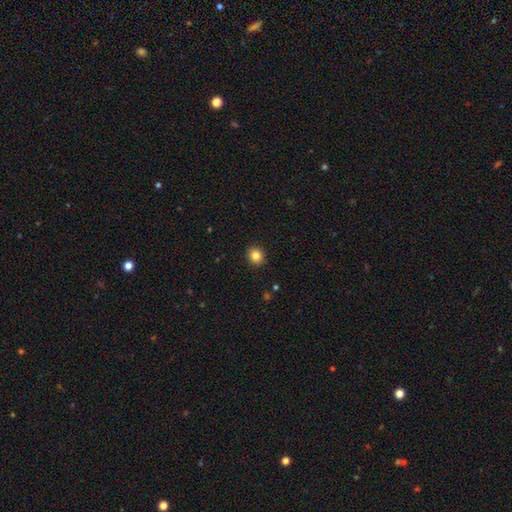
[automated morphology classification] The model was most divided on "how rounded": round: 81%, in between: 19%, cigar-shaped: 1%. More confident: merging — none (92%); smooth or featured — smooth (84%).